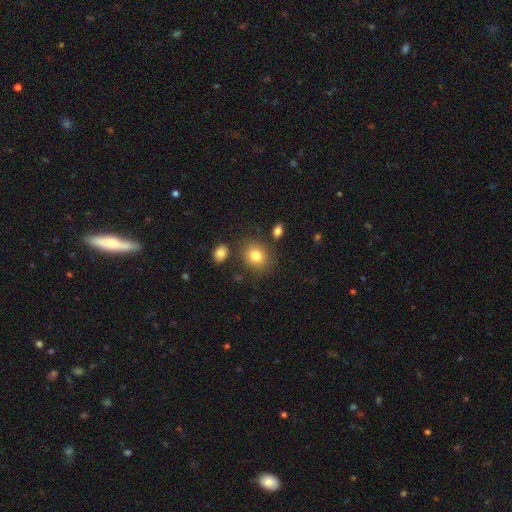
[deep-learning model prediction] A smooth galaxy with no disk features (81%) that is round (66%). Merging: none (80%).